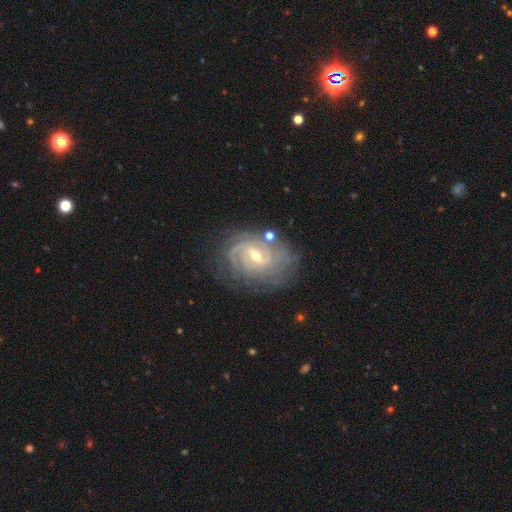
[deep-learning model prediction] This is clearly a featured or disk galaxy (88%). It is clearly not viewed edge-on (97%). Bar: possibly weak (50%). Spiral arm pattern: clearly yes (97%). Spiral arm count: marginally can't tell (27%). Spiral winding: likely tight (70%). Central bulge: possibly small (53%). Merging: likely none (74%).